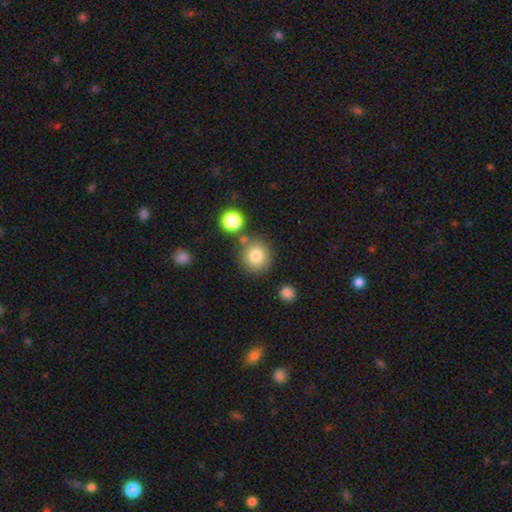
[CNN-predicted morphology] Smooth or featured?
  - smooth: 80% *
  - star or artifact: 11%
  - featured or disk: 9%
How rounded?
  - round: 89% *
  - in between: 10%
  - cigar-shaped: 1%
Merging?
  - none: 77% *
  - merger: 10%
  - minor disturbance: 10%
  - major disturbance: 3%